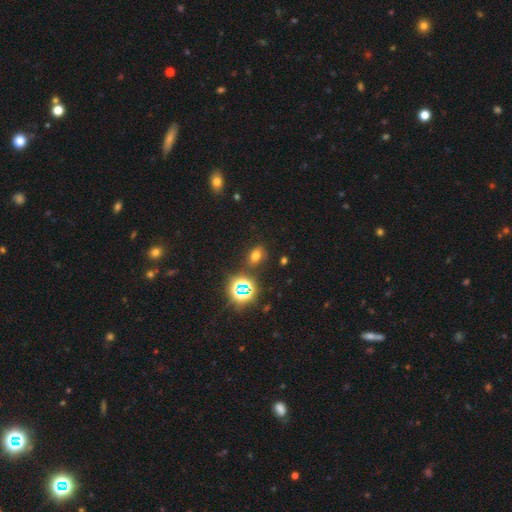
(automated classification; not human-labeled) Smooth or featured?
  - smooth: 58% *
  - star or artifact: 32%
  - featured or disk: 9%
How rounded?
  - in between: 72% *
  - round: 26%
  - cigar-shaped: 2%
Merging?
  - none: 80% *
  - minor disturbance: 12%
  - merger: 4%
  - major disturbance: 4%